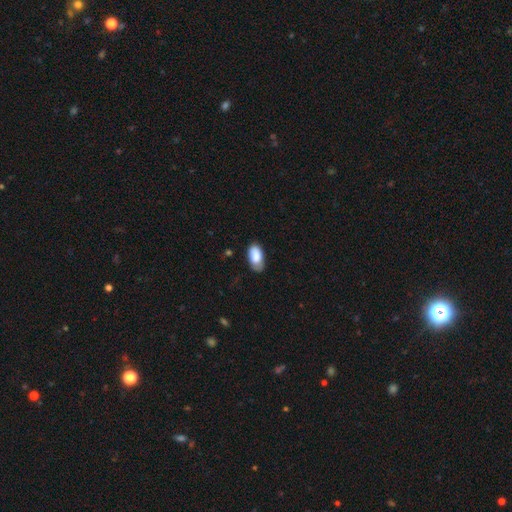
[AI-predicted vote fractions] Smooth or featured: smooth — 86% (featured or disk — 8%)
How rounded: in between — 95% (round — 3%)
Merging: none — 66% (minor disturbance — 27%)